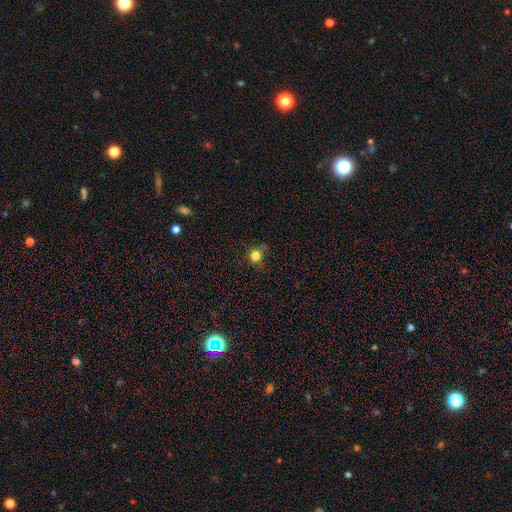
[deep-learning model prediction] This is likely a smooth galaxy (79%). How rounded: clearly round (87%). Merging: likely none (72%).